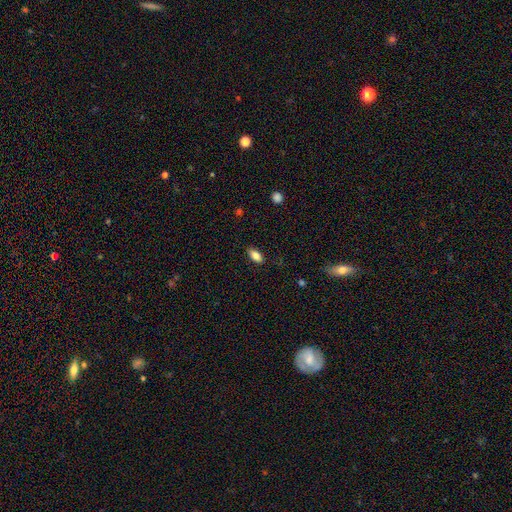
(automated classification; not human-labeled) Smooth or featured?
  - smooth: 83% *
  - featured or disk: 9%
  - star or artifact: 8%
How rounded?
  - in between: 88% *
  - cigar-shaped: 9%
  - round: 3%
Merging?
  - none: 86% *
  - minor disturbance: 11%
  - major disturbance: 2%
  - merger: 1%